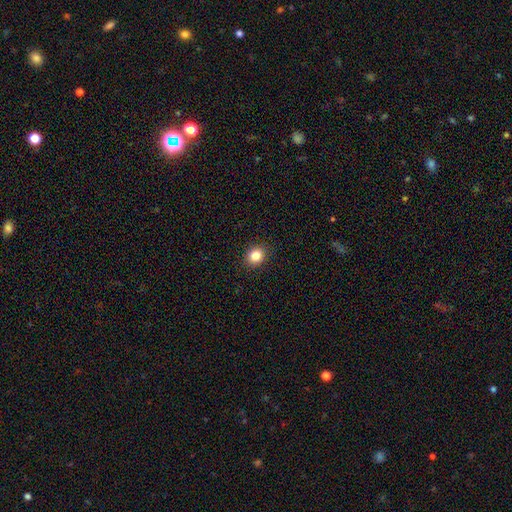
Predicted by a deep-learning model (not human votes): Q: Smooth or featured?
A: smooth (84%); runner-up: star or artifact (11%)
Q: How rounded?
A: round (70%); runner-up: in between (29%)
Q: Merging?
A: none (91%); runner-up: minor disturbance (6%)